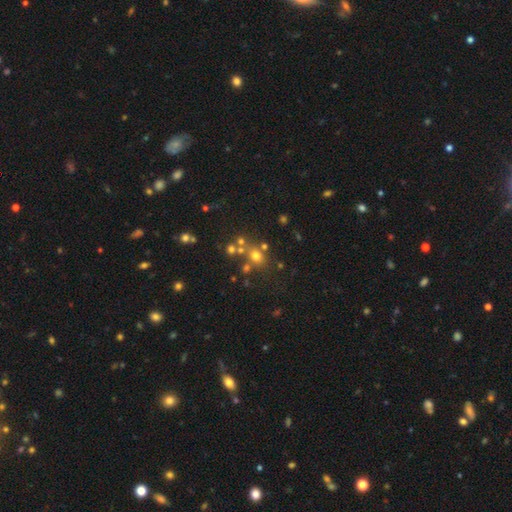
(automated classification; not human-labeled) Overall: smooth (62%; star or artifact 24%). How rounded: round (72%). Merging: none (60%; merger 23%).